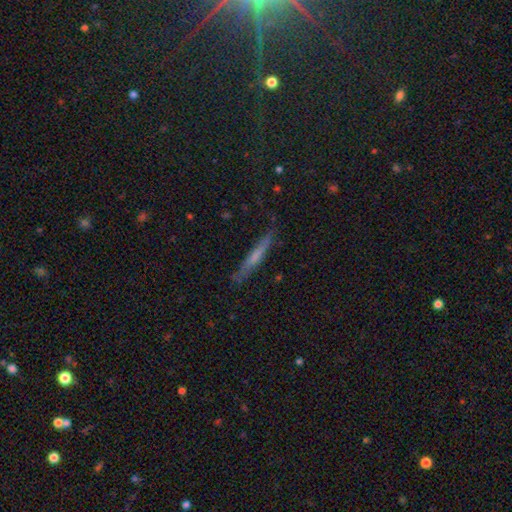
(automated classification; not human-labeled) Q: Smooth or featured?
A: smooth (47%); runner-up: featured or disk (45%)
Q: Merging?
A: none (83%); runner-up: minor disturbance (13%)